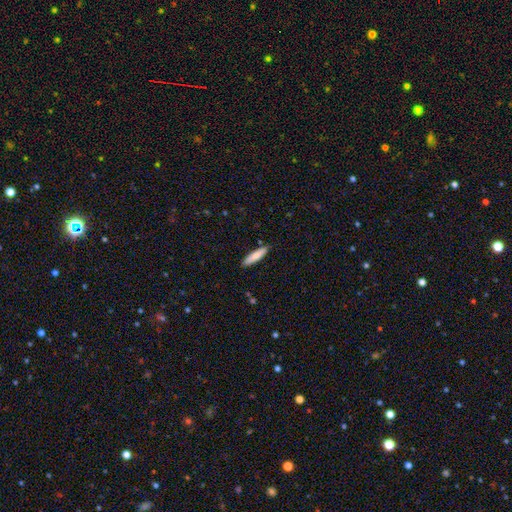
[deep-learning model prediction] This appears to be a smooth galaxy with no disk features (78%) that is cigar-shaped (78%). Merging: none (88%).